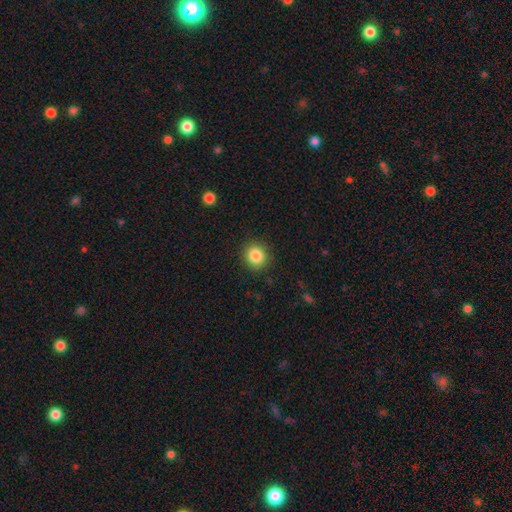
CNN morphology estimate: smooth-or-featured: smooth: 85% | star or artifact: 10% | featured or disk: 5%
  how-rounded: round: 87% | in between: 12% | cigar-shaped: 1%
  merging: none: 90% | minor disturbance: 7% | major disturbance: 2% | merger: 1%